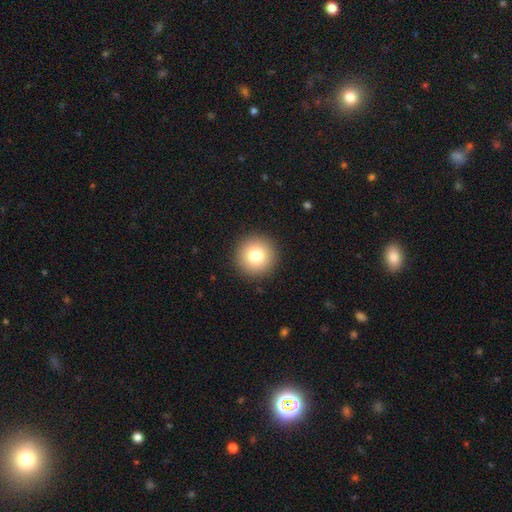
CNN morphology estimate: Smooth or featured: smooth — 79% (star or artifact — 11%)
How rounded: round — 96% (in between — 3%)
Merging: none — 92% (minor disturbance — 5%)